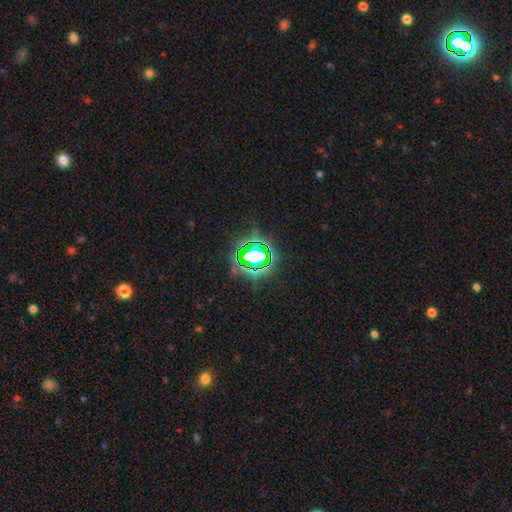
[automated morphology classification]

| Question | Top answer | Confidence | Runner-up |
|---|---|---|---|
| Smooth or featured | star or artifact | 71% | smooth (17%) |